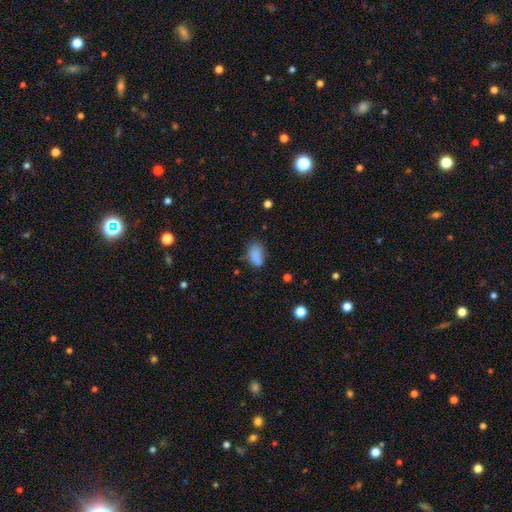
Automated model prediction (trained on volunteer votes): smooth 84%, star or artifact 10%, featured or disk 6%. Down the decision tree: how rounded — in between (88%); merging — none (62%).